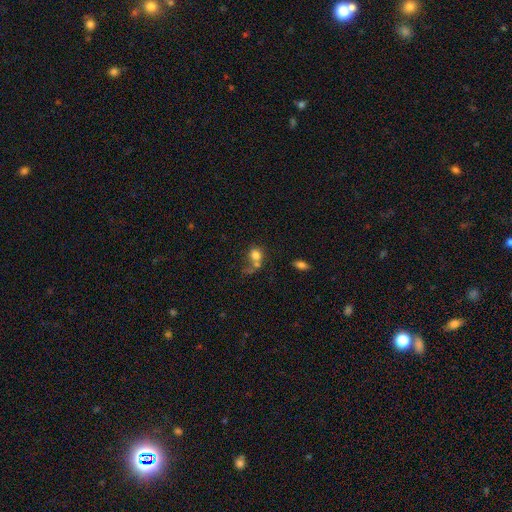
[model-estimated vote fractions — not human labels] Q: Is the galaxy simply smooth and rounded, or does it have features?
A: smooth — 76%.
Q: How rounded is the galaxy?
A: round — 65%.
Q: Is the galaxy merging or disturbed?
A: merger — 41%.